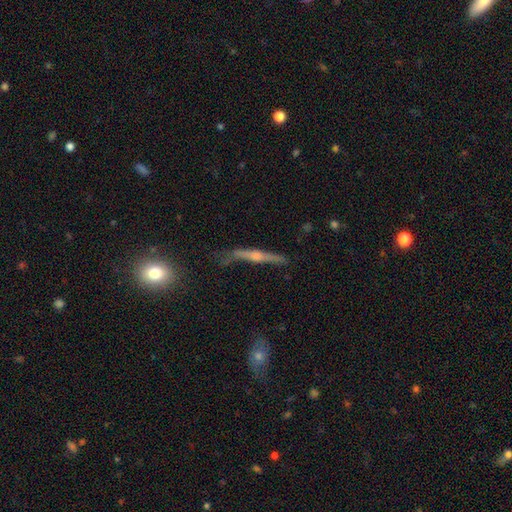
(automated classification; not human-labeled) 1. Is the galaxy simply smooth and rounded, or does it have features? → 71% featured or disk, 21% smooth, 8% star or artifact.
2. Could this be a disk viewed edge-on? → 95% yes, 5% no.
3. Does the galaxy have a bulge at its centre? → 80% rounded, 12% none, 8% boxy.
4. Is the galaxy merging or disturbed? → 69% none, 21% minor disturbance, 7% major disturbance, 3% merger.